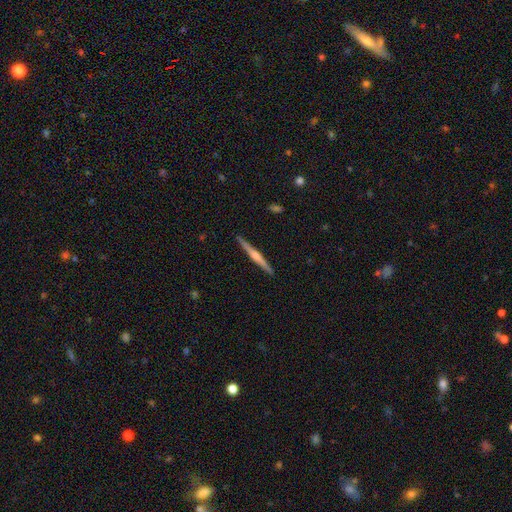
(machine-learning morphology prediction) This is likely a featured or disk galaxy (69%). It is clearly viewed edge-on (98%). Edge-on bulge: likely rounded (71%). Merging: clearly none (91%).